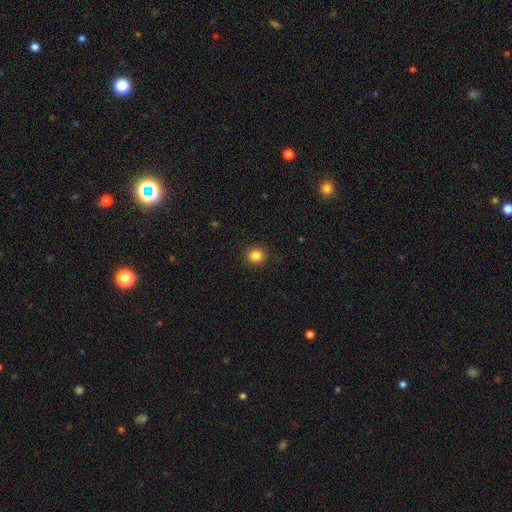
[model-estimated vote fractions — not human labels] Overall: smooth (85%). How rounded: round (88%). Merging: none (90%).